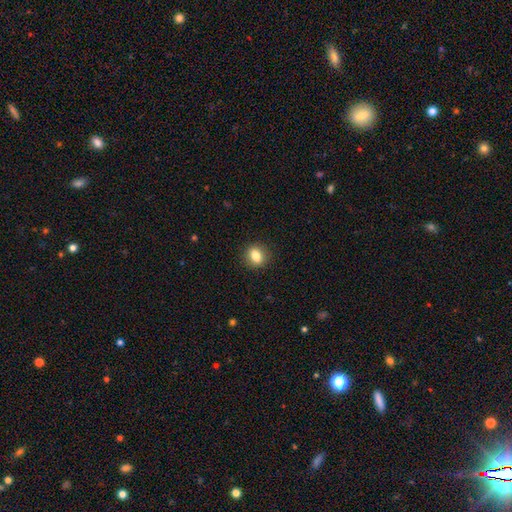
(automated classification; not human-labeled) Smooth or featured? Predicted: smooth (p=0.82). How rounded? Predicted: round (p=0.59). Merging? Predicted: none (p=0.90).